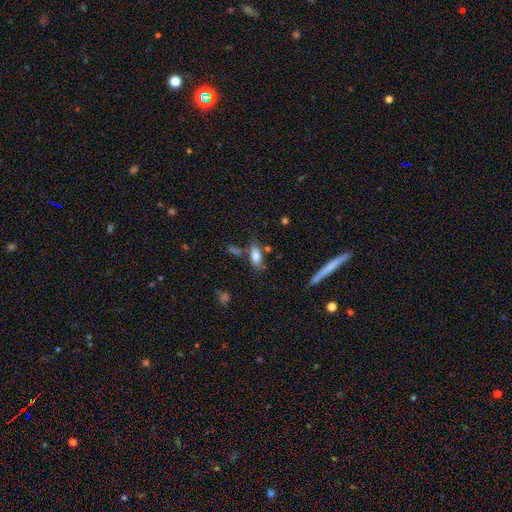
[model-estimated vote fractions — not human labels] Overall: smooth (80%). How rounded: in between (80%). Merging: none (68%).